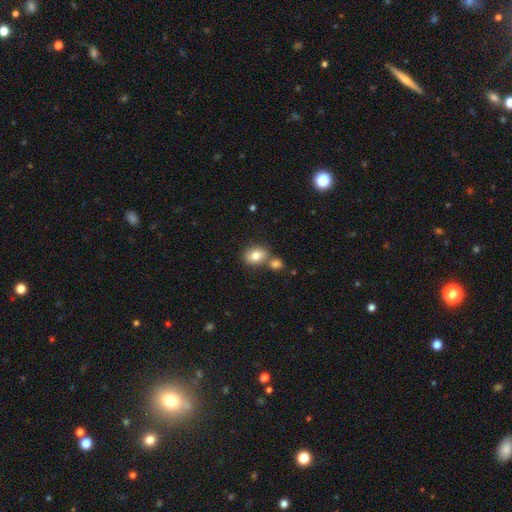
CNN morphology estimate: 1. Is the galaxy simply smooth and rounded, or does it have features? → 80% smooth, 11% featured or disk, 9% star or artifact.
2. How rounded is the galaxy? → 54% round, 45% in between, 1% cigar-shaped.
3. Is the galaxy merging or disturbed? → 57% none, 29% merger, 11% minor disturbance, 3% major disturbance.